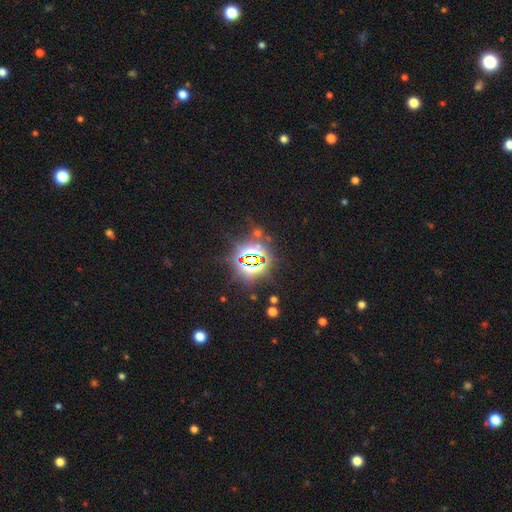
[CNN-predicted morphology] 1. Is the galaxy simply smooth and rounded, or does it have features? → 83% star or artifact, 9% smooth, 8% featured or disk.